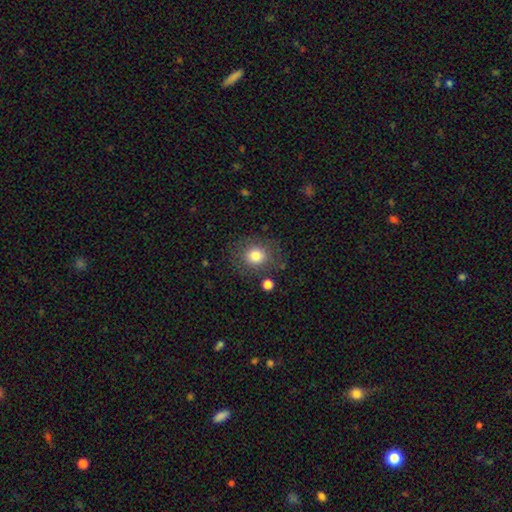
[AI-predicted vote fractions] A smooth galaxy with no disk features (79%) that is round (75%).

Vote fractions:
- Smooth or featured? smooth: 79% / featured or disk: 11% / star or artifact: 10%
- How rounded? round: 75% / in between: 24% / cigar-shaped: 1%
- Merging? none: 80% / minor disturbance: 12% / major disturbance: 5% / merger: 3%